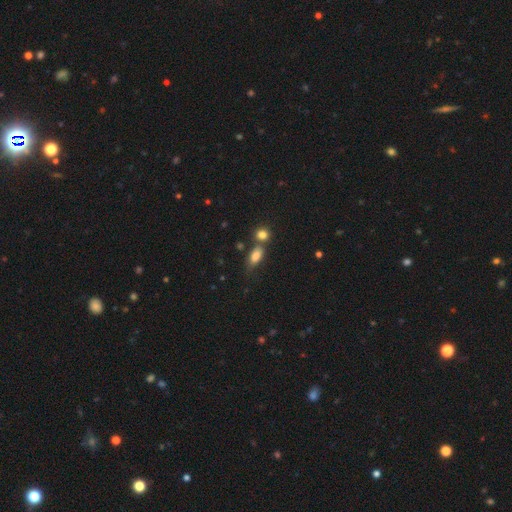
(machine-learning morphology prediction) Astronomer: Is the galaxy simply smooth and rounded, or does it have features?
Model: smooth — 81%.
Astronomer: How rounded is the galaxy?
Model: in between — 83%.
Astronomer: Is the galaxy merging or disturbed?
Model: none — 49% (runner-up: merger, 27%).